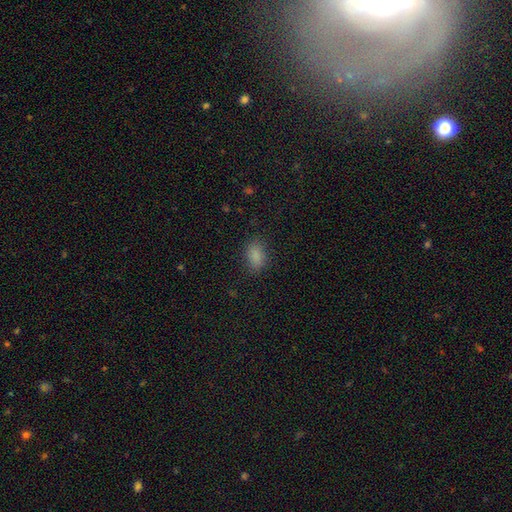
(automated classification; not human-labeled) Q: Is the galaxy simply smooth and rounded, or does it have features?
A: smooth — 86%.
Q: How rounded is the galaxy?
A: in between — 88%.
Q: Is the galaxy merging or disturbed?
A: none — 83%.